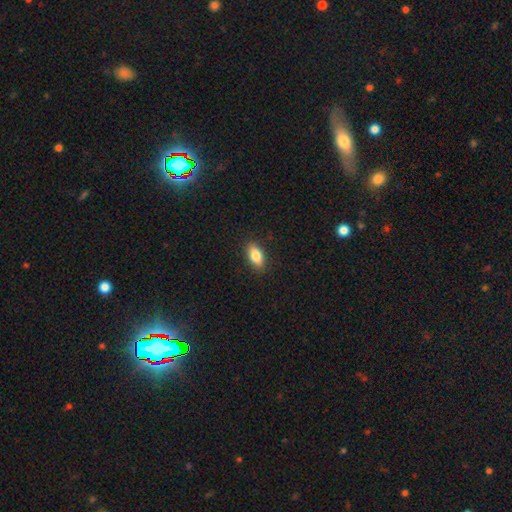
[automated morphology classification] Smooth or featured: smooth — 79% (featured or disk — 14%)
How rounded: in between — 83% (cigar-shaped — 13%)
Merging: none — 88% (minor disturbance — 9%)